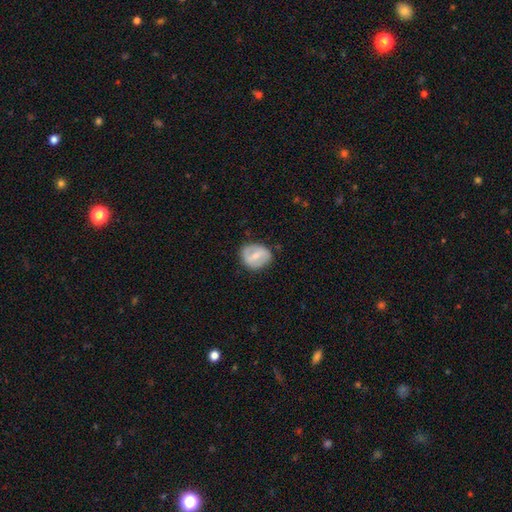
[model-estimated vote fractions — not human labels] A featured or disk galaxy (48%).

Vote fractions:
- Smooth or featured? featured or disk: 48% / smooth: 46% / star or artifact: 6%
- Merging? none: 77% / minor disturbance: 17% / major disturbance: 5% / merger: 1%